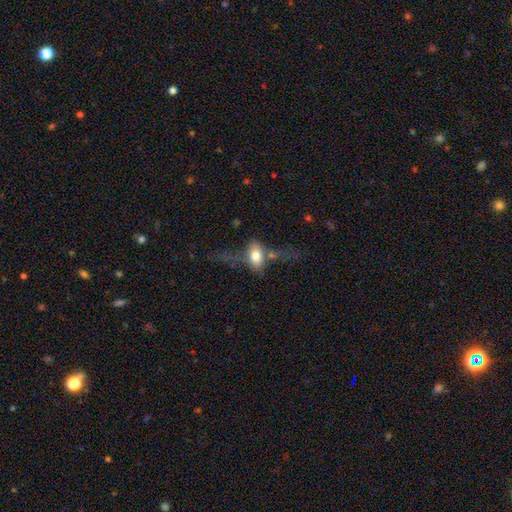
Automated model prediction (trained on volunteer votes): A smooth galaxy with no disk features (57%) that is in between round and cigar-shaped (77%).

Vote fractions:
- Smooth or featured? smooth: 57% / featured or disk: 34% / star or artifact: 8%
- How rounded? in between: 77% / round: 14% / cigar-shaped: 9%
- Merging? none: 42% / major disturbance: 27% / minor disturbance: 21% / merger: 10%